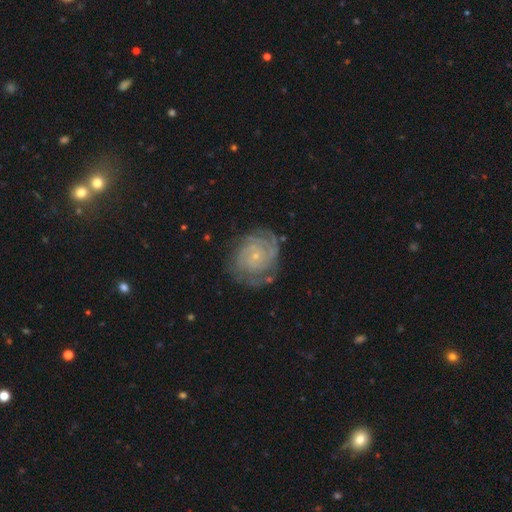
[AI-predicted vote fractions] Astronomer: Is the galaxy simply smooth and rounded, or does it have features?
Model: featured or disk — 83%.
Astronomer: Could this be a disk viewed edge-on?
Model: no — 98%.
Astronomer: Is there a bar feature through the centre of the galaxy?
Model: no — 79%.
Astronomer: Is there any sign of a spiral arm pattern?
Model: yes — 96%.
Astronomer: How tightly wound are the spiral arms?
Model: tight — 78%.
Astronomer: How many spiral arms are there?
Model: can't tell — 30% (runner-up: 2, 22%).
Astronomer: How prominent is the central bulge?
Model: small — 85%.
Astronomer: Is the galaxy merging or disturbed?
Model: none — 73%.